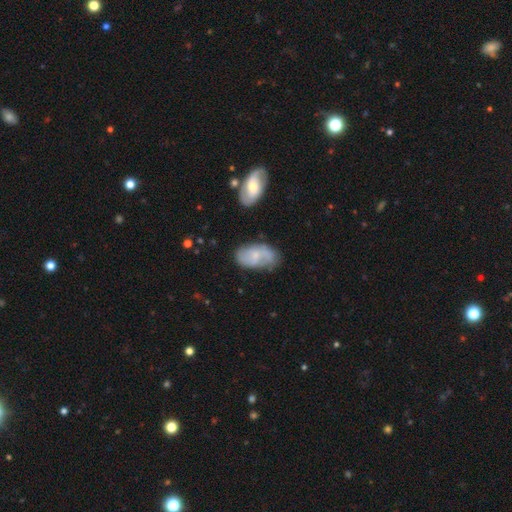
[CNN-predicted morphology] Q: Smooth or featured?
A: featured or disk (50%); runner-up: smooth (42%)
Q: Edge-on disk?
A: no (95%); runner-up: yes (5%)
Q: Merging?
A: none (54%); runner-up: minor disturbance (29%)